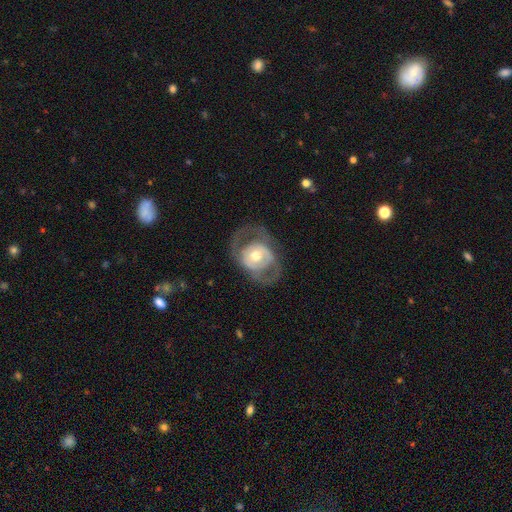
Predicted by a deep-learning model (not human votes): Smooth or featured: featured or disk — 70% (smooth — 25%)
Edge-on disk: no — 95% (yes — 5%)
Bar: no — 71% (weak — 21%)
Spiral arms: yes — 51% (no — 49%)
Bulge size: moderate — 71% (large — 13%)
Merging: none — 58% (major disturbance — 23%)